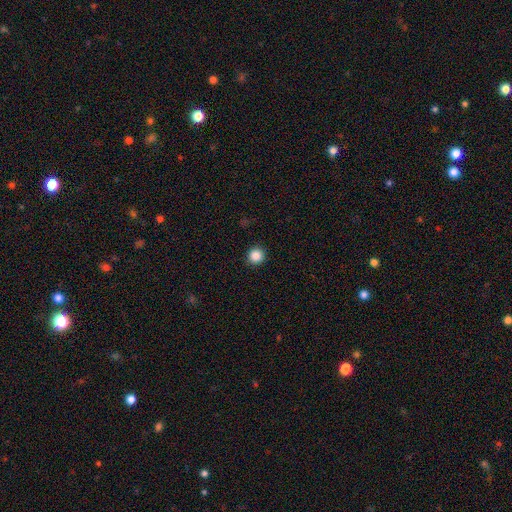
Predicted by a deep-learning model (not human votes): Morphology: type=smooth (86%); roundness=round (95%); merging=none (93%).